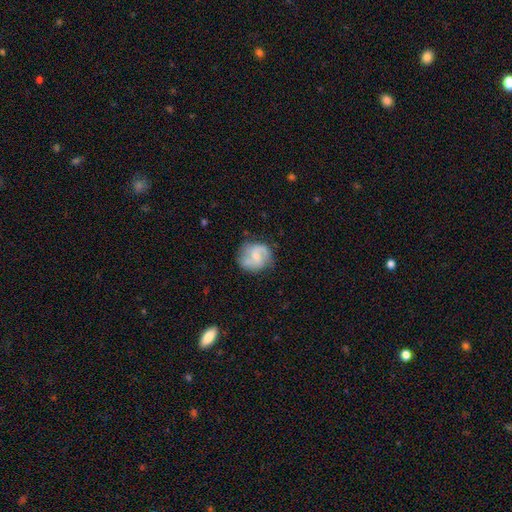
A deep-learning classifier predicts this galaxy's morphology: smooth_or_featured: featured or disk (p=0.61) [alt: smooth p=0.32]
disk_edge_on: no (p=0.98) [alt: yes p=0.02]
bar: no (p=0.46) [alt: weak p=0.45]
has_spiral_arms: yes (p=0.86) [alt: no p=0.14]
spiral_winding: medium (p=0.48) [alt: loose p=0.26]
spiral_arm_count: 2 (p=0.79) [alt: can't tell p=0.11]
bulge_size: moderate (p=0.38) [alt: small p=0.37]
merging: none (p=0.68) [alt: minor disturbance p=0.22]